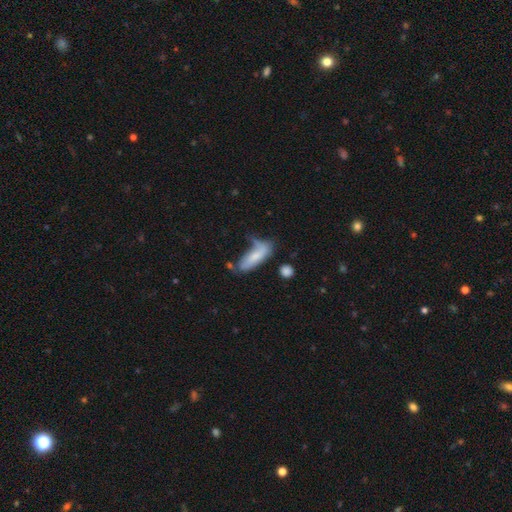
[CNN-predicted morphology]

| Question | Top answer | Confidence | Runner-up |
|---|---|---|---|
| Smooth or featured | smooth | 71% | featured or disk (21%) |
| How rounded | in between | 61% | cigar-shaped (37%) |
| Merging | none | 42% | minor disturbance (30%) |